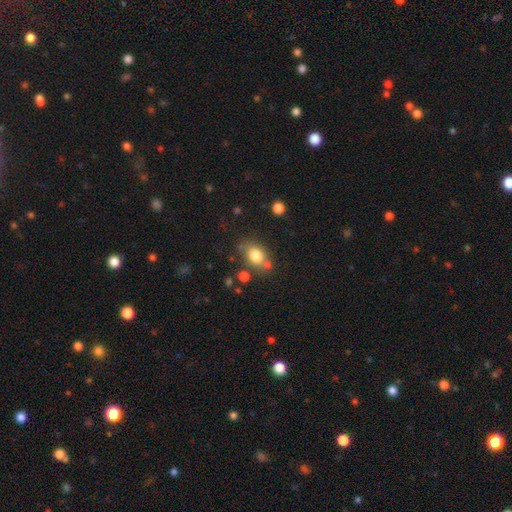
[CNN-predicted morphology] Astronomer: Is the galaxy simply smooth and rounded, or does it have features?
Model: smooth — 78%.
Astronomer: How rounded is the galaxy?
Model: in between — 61% (runner-up: round, 37%).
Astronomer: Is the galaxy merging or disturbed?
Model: none — 64%.